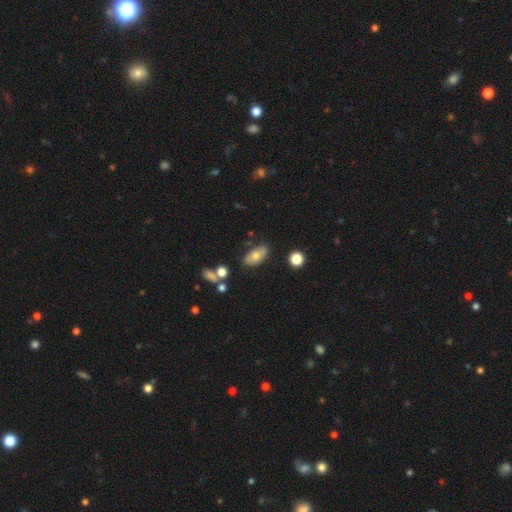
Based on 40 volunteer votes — A smooth galaxy with no disk features (70%) that is in between round and cigar-shaped (96%). Merging: none (62%).